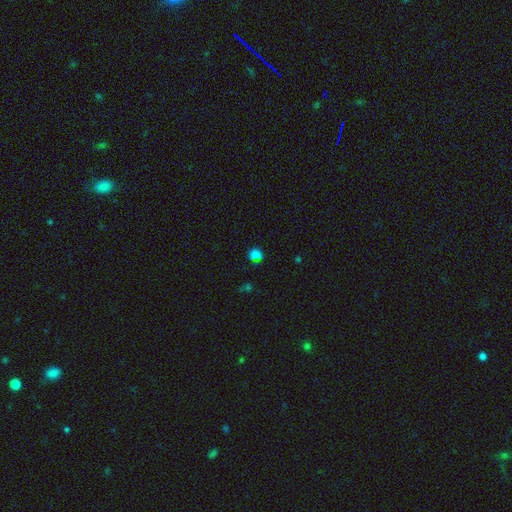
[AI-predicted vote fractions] Overall: smooth (65%; star or artifact 30%). How rounded: round (75%). Merging: none (71%).